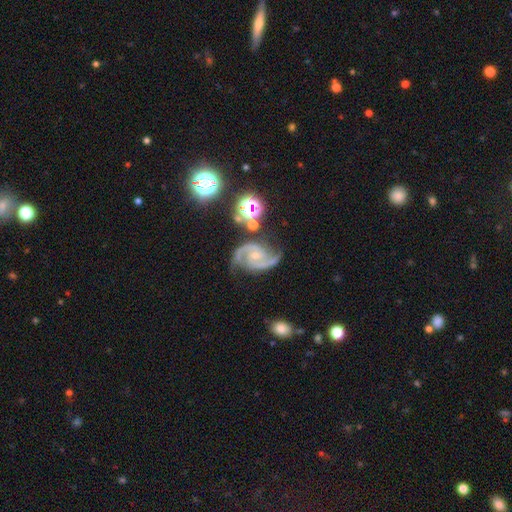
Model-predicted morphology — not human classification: The model was most divided on "bulge size": small: 60%, moderate: 36%, none: 2%, large: 1%, dominant: 1%. More confident: spiral arms — yes (99%); edge-on disk — no (98%); smooth or featured — featured or disk (91%); spiral arm count — 2 (89%); merging — none (72%); bar — no (62%); spiral winding — medium (59%).